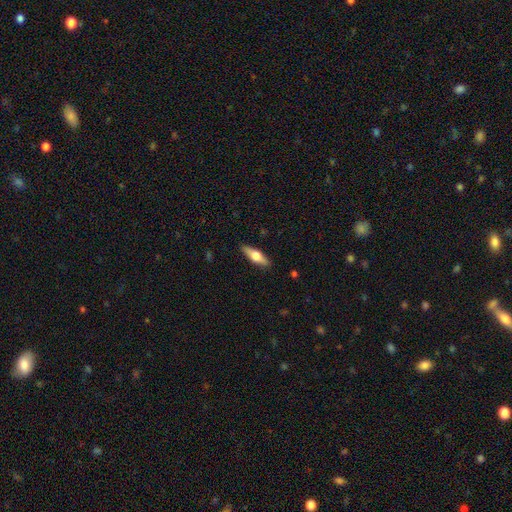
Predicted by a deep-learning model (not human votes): A smooth galaxy with no disk features (50%) that is cigar-shaped (51%).

Vote fractions:
- Smooth or featured? smooth: 50% / featured or disk: 44% / star or artifact: 6%
- How rounded? cigar-shaped: 51% / in between: 46% / round: 3%
- Merging? none: 89% / minor disturbance: 8% / major disturbance: 2% / merger: 1%